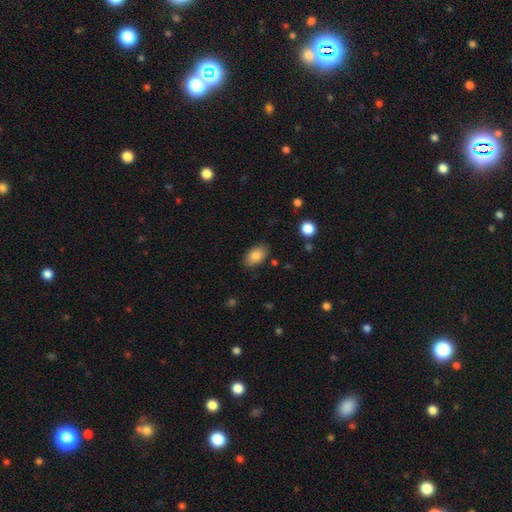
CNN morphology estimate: Smooth or featured? smooth (85%)
How rounded? in between (91%)
Merging? none (83%)